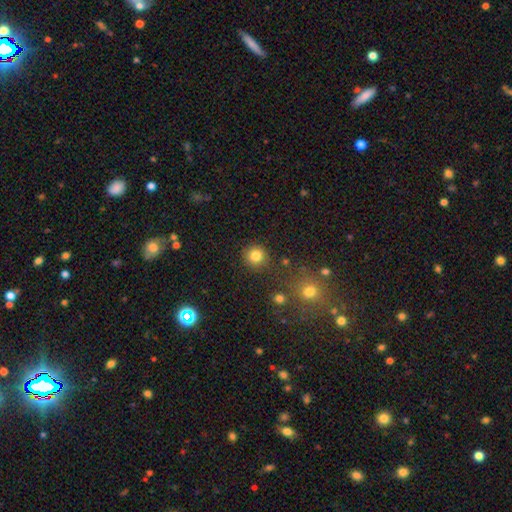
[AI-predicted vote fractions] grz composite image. It shows a smooth galaxy with no disk features (83%) that is round (94%). Merging: none (87%).